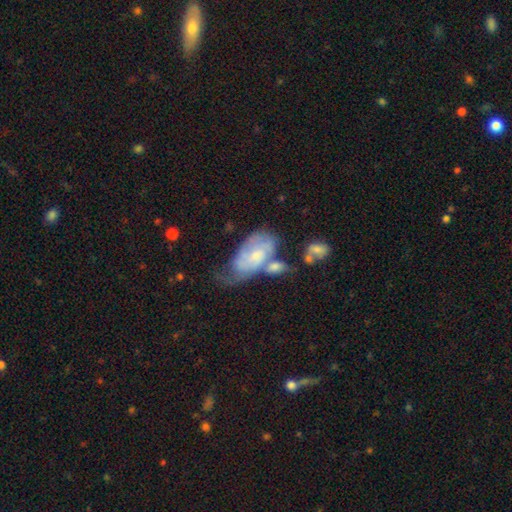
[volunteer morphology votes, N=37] A featured or disk galaxy (59%) with no bar (64%), medium (53%) spiral arms (77%) and a small central bulge (82%). Merging: merger (49%).